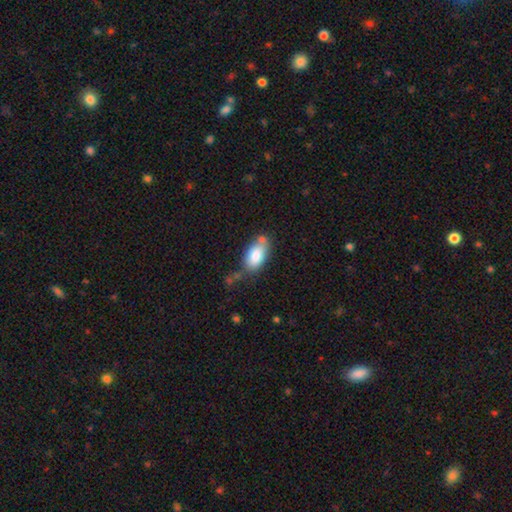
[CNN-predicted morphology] Smooth or featured? smooth (82%)
How rounded? in between (92%)
Merging? none (59%)